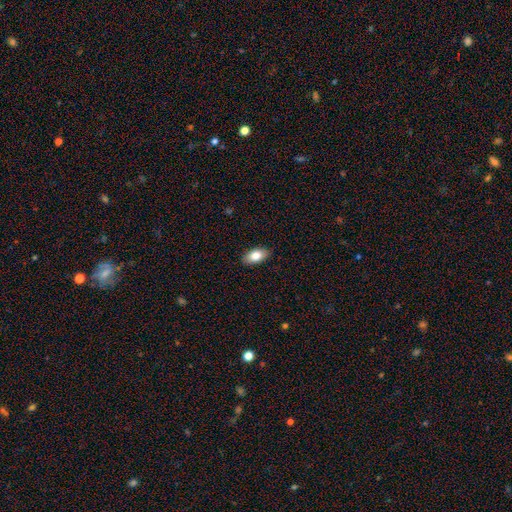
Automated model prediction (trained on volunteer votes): The model was most divided on "smooth or featured": smooth: 81%, featured or disk: 12%, star or artifact: 7%. More confident: how rounded — in between (93%); merging — none (88%).